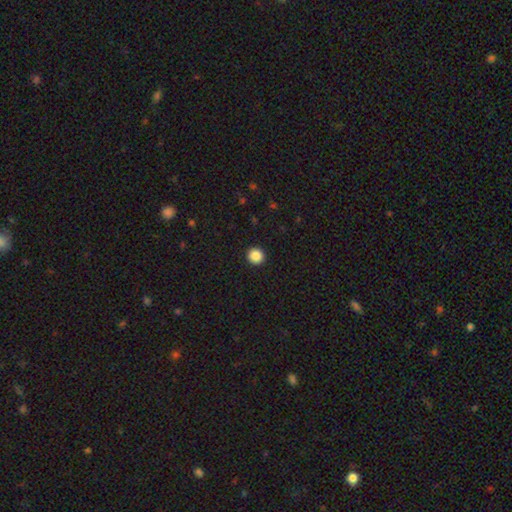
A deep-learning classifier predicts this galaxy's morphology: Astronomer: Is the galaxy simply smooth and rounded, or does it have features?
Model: smooth — 87%.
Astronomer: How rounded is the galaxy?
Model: round — 94%.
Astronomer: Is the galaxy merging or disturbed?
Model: none — 94%.